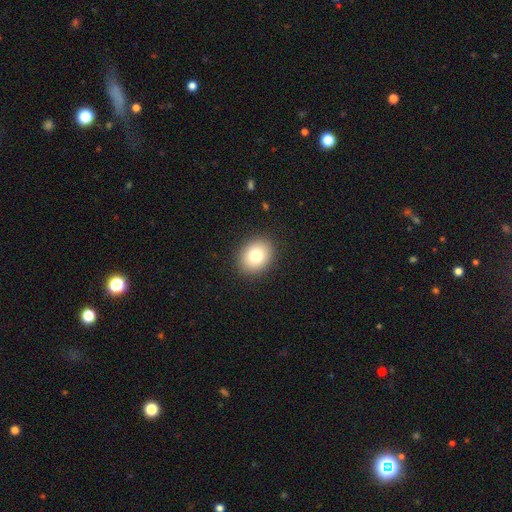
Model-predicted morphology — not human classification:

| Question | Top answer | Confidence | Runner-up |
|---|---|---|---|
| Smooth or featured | smooth | 78% | featured or disk (11%) |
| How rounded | round | 51% | in between (48%) |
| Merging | none | 90% | minor disturbance (7%) |